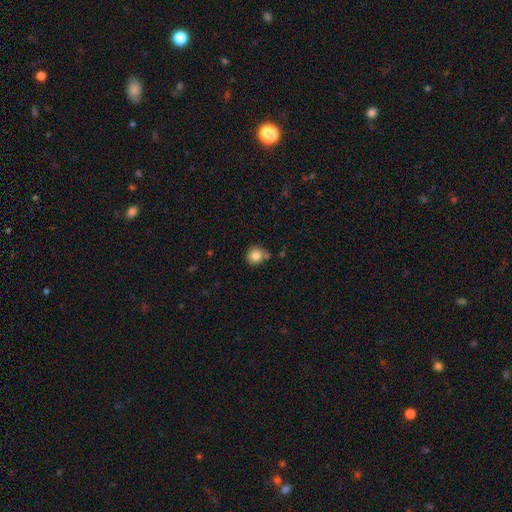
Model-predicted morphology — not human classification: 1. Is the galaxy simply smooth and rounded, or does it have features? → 82% smooth, 10% star or artifact, 8% featured or disk.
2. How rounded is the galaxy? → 87% round, 12% in between, 1% cigar-shaped.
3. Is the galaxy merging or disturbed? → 69% none, 16% minor disturbance, 11% merger, 4% major disturbance.